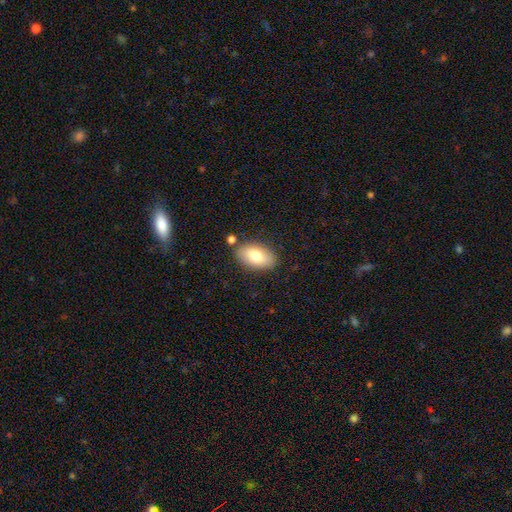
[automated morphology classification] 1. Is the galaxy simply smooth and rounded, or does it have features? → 77% smooth, 16% featured or disk, 7% star or artifact.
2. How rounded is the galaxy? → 93% in between, 5% round, 2% cigar-shaped.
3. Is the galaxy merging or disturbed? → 82% none, 11% minor disturbance, 4% merger, 3% major disturbance.